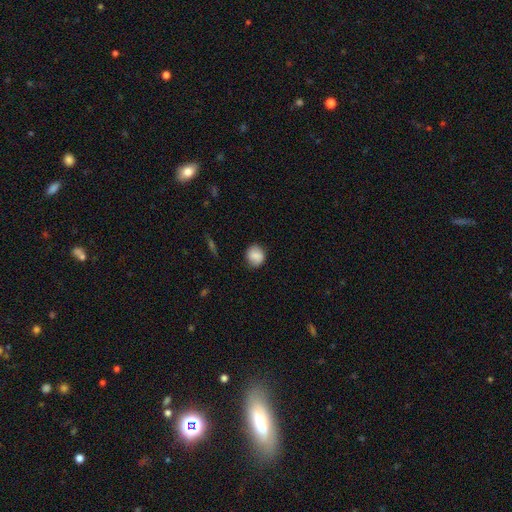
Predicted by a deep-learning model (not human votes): This is clearly a smooth galaxy (84%). How rounded: clearly round (80%). Merging: clearly none (81%).